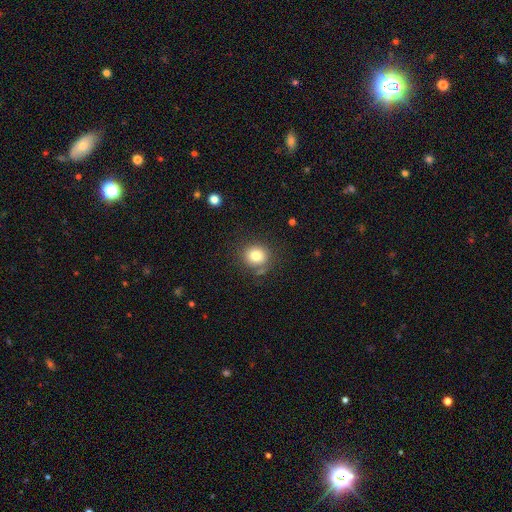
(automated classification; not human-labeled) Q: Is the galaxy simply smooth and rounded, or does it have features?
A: smooth — 80%.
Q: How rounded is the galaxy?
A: round — 86%.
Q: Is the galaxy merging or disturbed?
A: none — 79%.